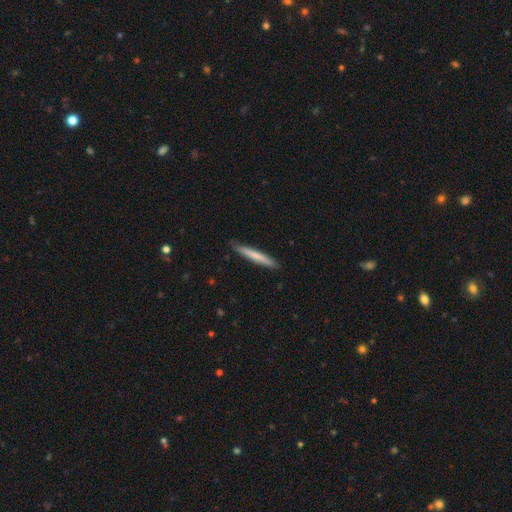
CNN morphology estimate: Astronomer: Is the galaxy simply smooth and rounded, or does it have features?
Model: smooth — 69%.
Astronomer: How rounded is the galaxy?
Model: cigar-shaped — 96%.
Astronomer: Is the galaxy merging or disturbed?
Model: none — 87%.